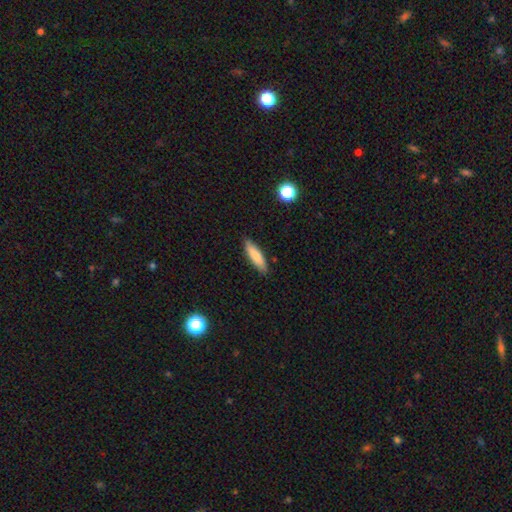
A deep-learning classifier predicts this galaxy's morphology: A smooth galaxy with no disk features (75%) that is cigar-shaped (67%).

Vote fractions:
- Smooth or featured? smooth: 75% / featured or disk: 19% / star or artifact: 6%
- How rounded? cigar-shaped: 67% / in between: 31% / round: 2%
- Merging? none: 87% / minor disturbance: 10% / major disturbance: 2% / merger: 1%